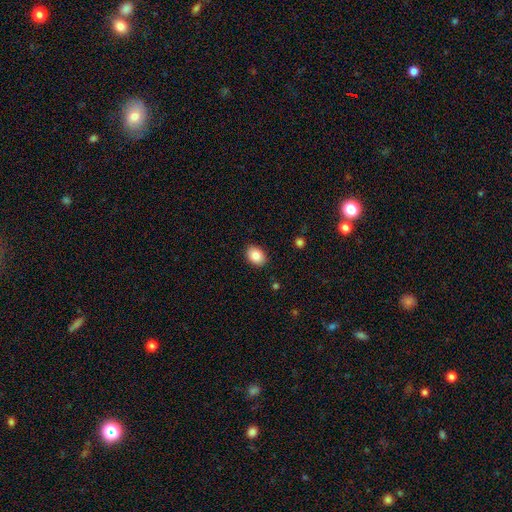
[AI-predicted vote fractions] The model was most divided on "how rounded": in between: 77%, round: 22%, cigar-shaped: 1%. More confident: merging — none (89%); smooth or featured — smooth (86%).